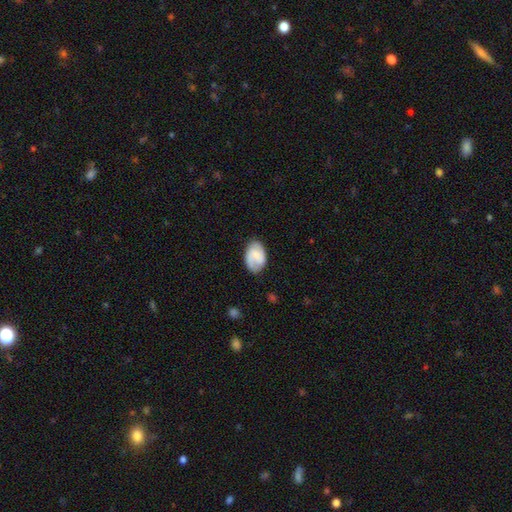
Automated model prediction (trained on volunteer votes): A featured or disk galaxy (50%). Merging: none (75%).